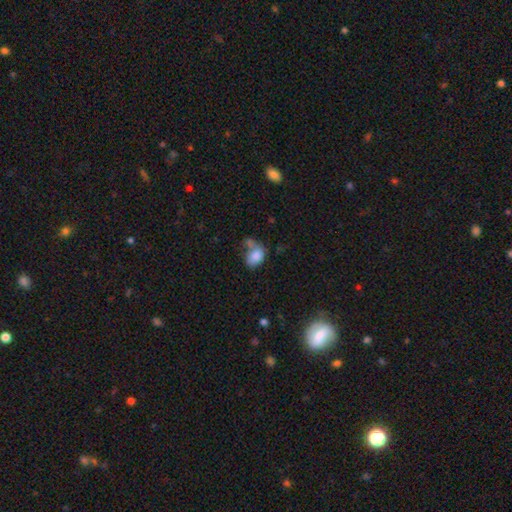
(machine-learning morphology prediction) smooth 80%, featured or disk 11%, star or artifact 9%. Down the decision tree: how rounded — in between (76%); merging — merger (34%).